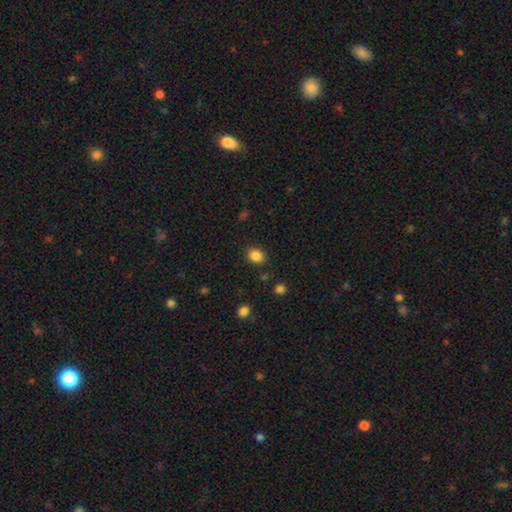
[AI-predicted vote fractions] smooth-or-featured: smooth: 86% | star or artifact: 10% | featured or disk: 4%
  how-rounded: round: 52% | in between: 47% | cigar-shaped: 1%
  merging: none: 86% | minor disturbance: 9% | major disturbance: 3% | merger: 2%